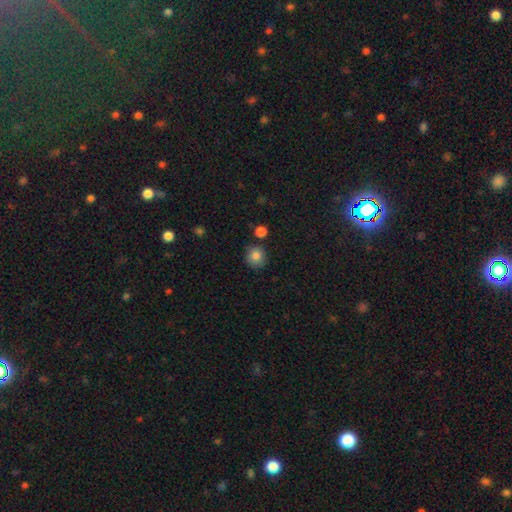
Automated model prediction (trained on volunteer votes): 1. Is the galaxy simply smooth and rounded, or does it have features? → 85% smooth, 9% star or artifact, 6% featured or disk.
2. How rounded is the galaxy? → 87% round, 12% in between, 1% cigar-shaped.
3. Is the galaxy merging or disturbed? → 82% none, 11% minor disturbance, 5% merger, 3% major disturbance.